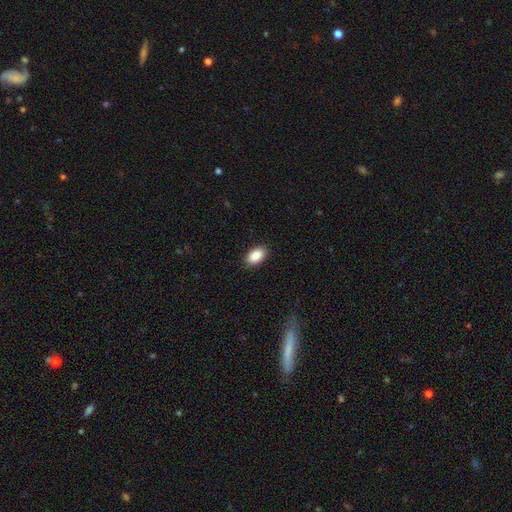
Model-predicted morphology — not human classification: Smooth or featured? Predicted: smooth (p=0.90). How rounded? Predicted: in between (p=0.93). Merging? Predicted: none (p=0.89).